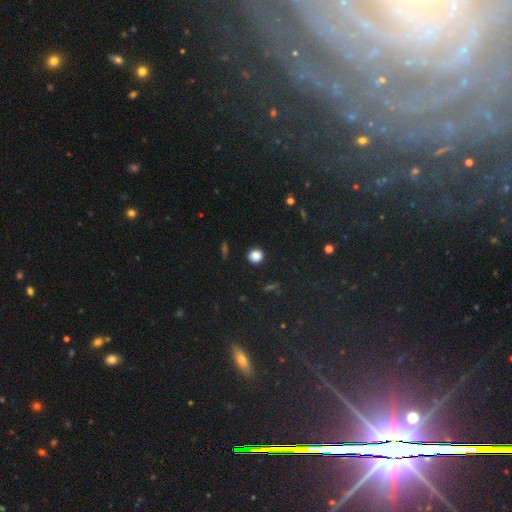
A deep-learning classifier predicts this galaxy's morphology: Smooth or featured?
  - smooth: 85% *
  - star or artifact: 11%
  - featured or disk: 4%
How rounded?
  - round: 92% *
  - in between: 7%
  - cigar-shaped: 1%
Merging?
  - none: 91% *
  - minor disturbance: 5%
  - major disturbance: 2%
  - merger: 1%